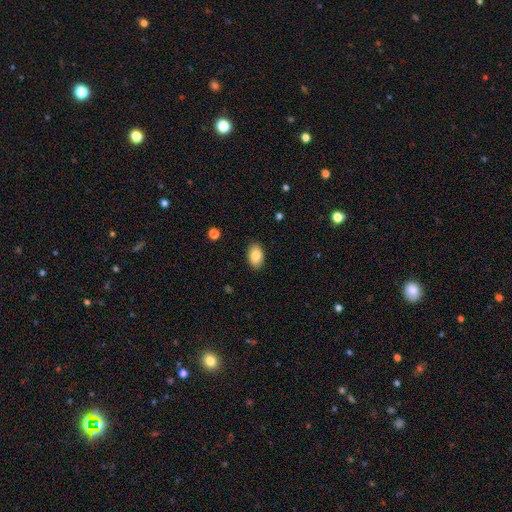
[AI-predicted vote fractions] smooth-or-featured: smooth: 86% | star or artifact: 7% | featured or disk: 7%
  how-rounded: in between: 90% | round: 9% | cigar-shaped: 1%
  merging: none: 87% | minor disturbance: 10% | major disturbance: 2% | merger: 1%